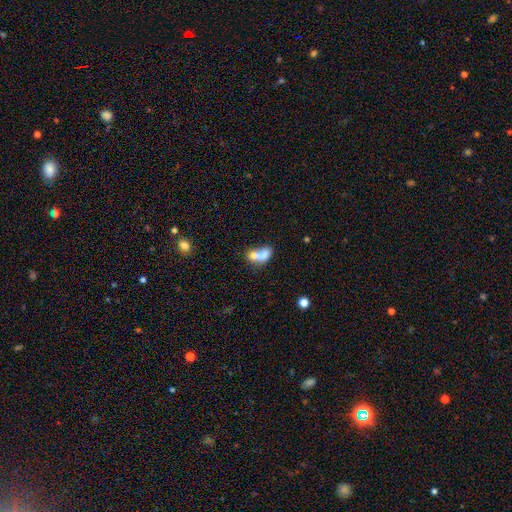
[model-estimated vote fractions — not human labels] A smooth galaxy with no disk features (67%) that is in between round and cigar-shaped (72%).

Vote fractions:
- Smooth or featured? smooth: 67% / featured or disk: 23% / star or artifact: 11%
- How rounded? in between: 72% / round: 16% / cigar-shaped: 12%
- Merging? merger: 60% / none: 21% / minor disturbance: 9% / major disturbance: 9%